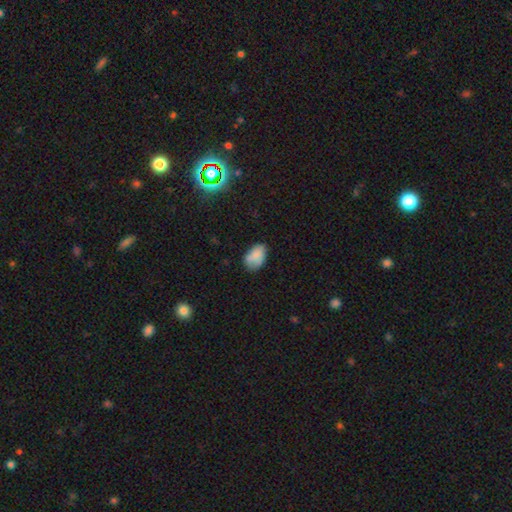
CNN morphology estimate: Smooth or featured: smooth — 80% (featured or disk — 11%)
How rounded: in between — 89% (round — 10%)
Merging: none — 60% (minor disturbance — 30%)